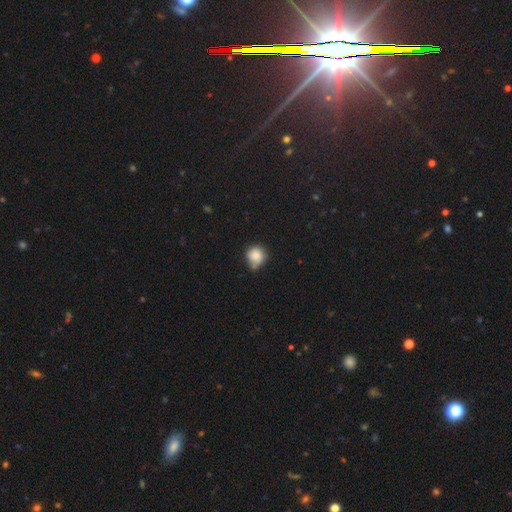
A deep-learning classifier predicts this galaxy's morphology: This is clearly a smooth galaxy (84%). How rounded: clearly round (85%). Merging: possibly none (47%).